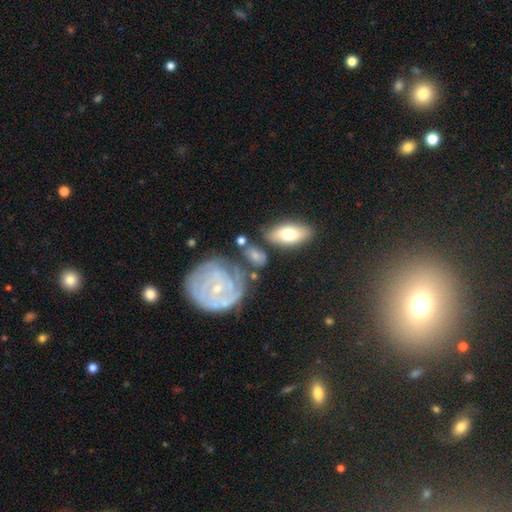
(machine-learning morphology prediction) A smooth galaxy with no disk features (48%).

Vote fractions:
- Smooth or featured? smooth: 48% / featured or disk: 44% / star or artifact: 8%
- Merging? none: 55% / minor disturbance: 21% / merger: 13% / major disturbance: 11%